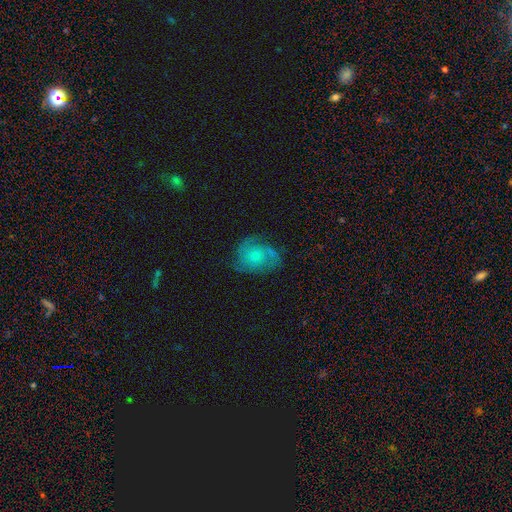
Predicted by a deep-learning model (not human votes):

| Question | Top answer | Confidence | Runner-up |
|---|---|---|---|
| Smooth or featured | featured or disk | 57% | smooth (35%) |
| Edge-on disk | no | 97% | yes (3%) |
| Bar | no | 77% | weak (21%) |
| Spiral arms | yes | 85% | no (15%) |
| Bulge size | small | 40% | moderate (34%) |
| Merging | none | 60% | minor disturbance (24%) |